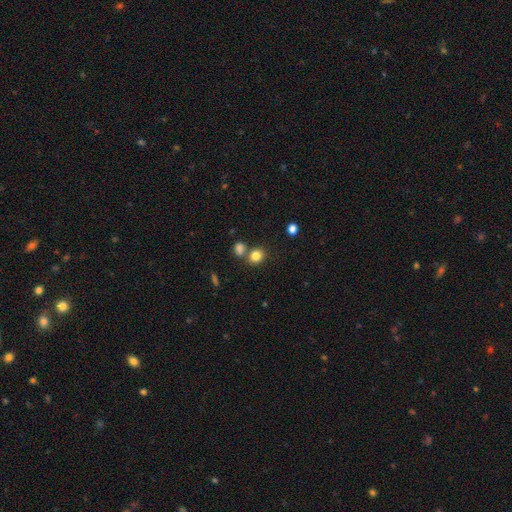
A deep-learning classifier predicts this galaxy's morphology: A smooth galaxy with no disk features (83%) that is round (69%). Merging: none (62%).